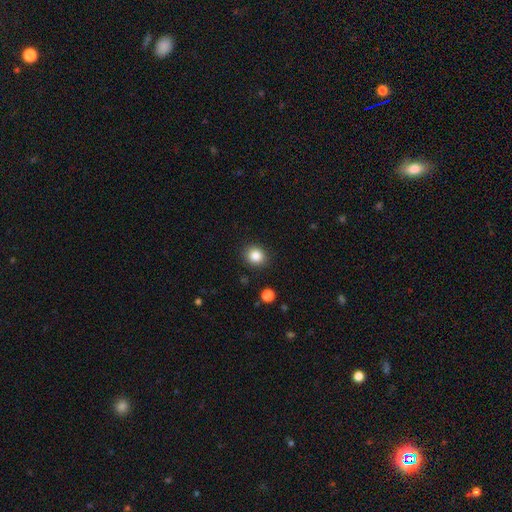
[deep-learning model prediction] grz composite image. It shows a smooth galaxy with no disk features (85%) that is round (78%). Merging: none (90%).